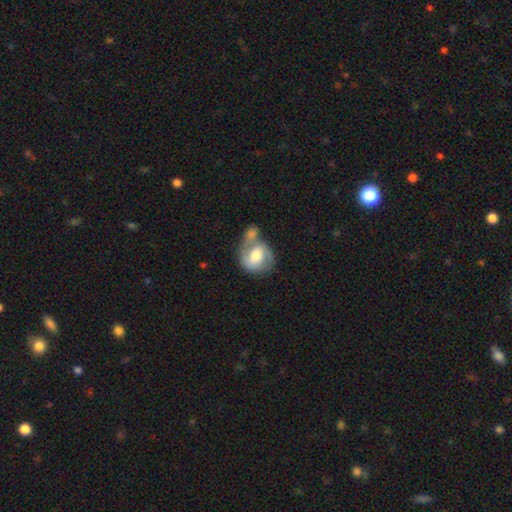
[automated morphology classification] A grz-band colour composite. It shows a featured or disk galaxy (60%) with a weak bar (43%), spiral arms (80%) and a moderate central bulge (58%). Merging: merger (46%).